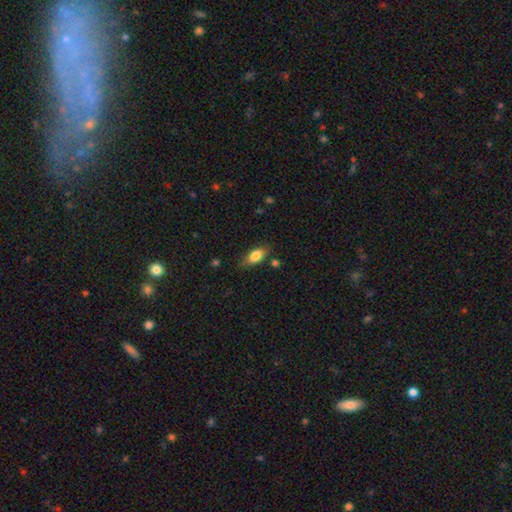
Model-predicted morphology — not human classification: type=smooth (80%); roundness=in between (84%); merging=none (75%).